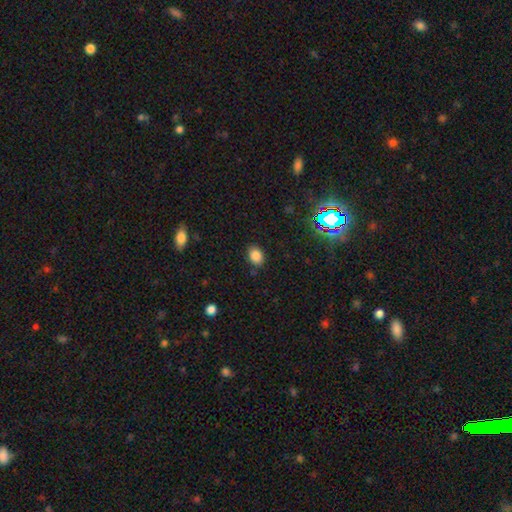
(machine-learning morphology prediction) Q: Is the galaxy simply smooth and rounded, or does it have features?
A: smooth — 84%.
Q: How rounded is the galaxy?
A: in between — 65%.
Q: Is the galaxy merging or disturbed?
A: none — 85%.